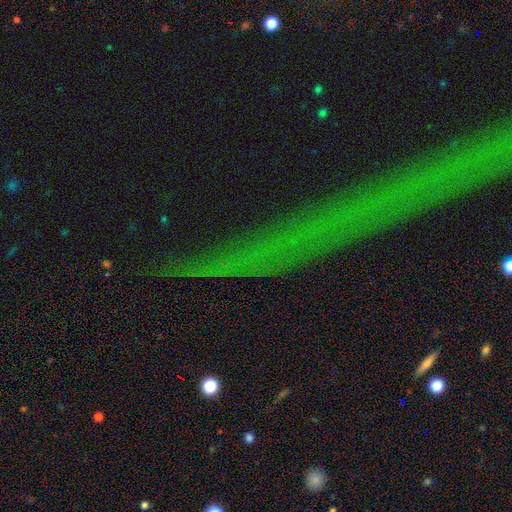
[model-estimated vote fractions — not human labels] Smooth or featured? Predicted: star or artifact (p=0.79).